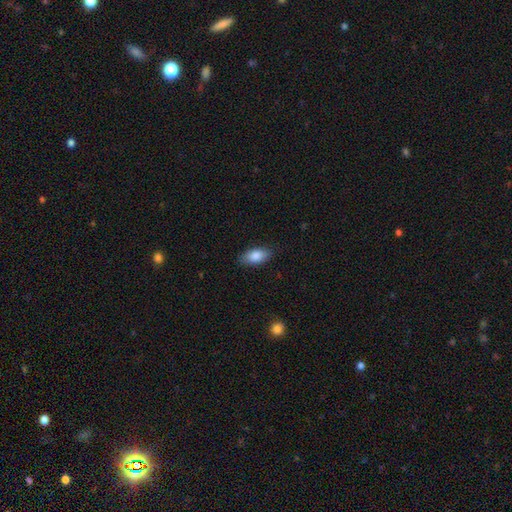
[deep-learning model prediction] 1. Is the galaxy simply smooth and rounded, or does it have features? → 85% smooth, 8% featured or disk, 7% star or artifact.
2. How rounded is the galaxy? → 91% in between, 5% cigar-shaped, 4% round.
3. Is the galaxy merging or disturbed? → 85% none, 11% minor disturbance, 2% major disturbance, 1% merger.